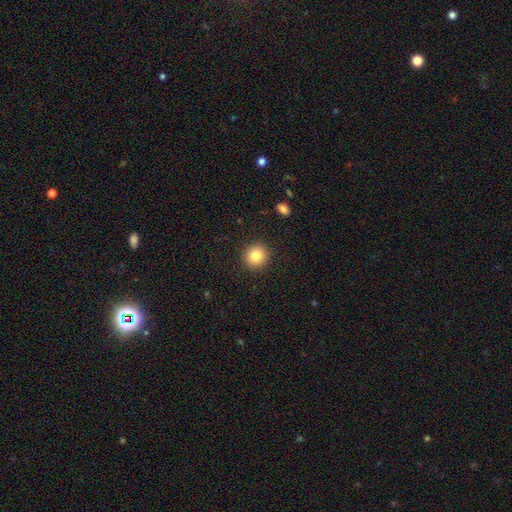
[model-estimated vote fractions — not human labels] smooth-or-featured: smooth: 83% | star or artifact: 10% | featured or disk: 7%
  how-rounded: round: 92% | in between: 7% | cigar-shaped: 1%
  merging: none: 91% | minor disturbance: 6% | major disturbance: 2% | merger: 1%